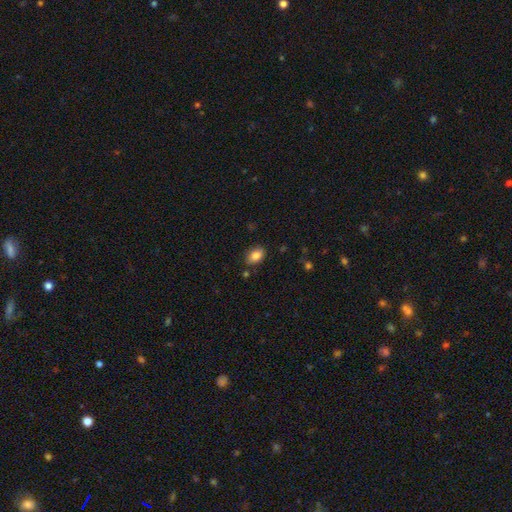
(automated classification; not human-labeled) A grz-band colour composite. It shows a smooth galaxy with no disk features (84%) that is in between round and cigar-shaped (83%). Merging: none (83%).